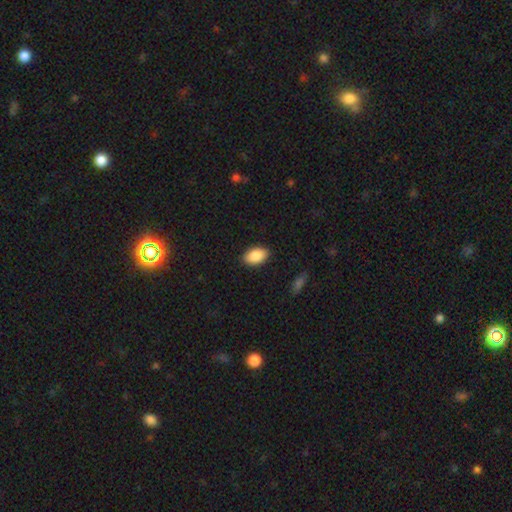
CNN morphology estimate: smooth-or-featured: smooth: 88% | star or artifact: 7% | featured or disk: 5%
  how-rounded: in between: 92% | round: 6% | cigar-shaped: 2%
  merging: none: 89% | minor disturbance: 8% | major disturbance: 2% | merger: 1%